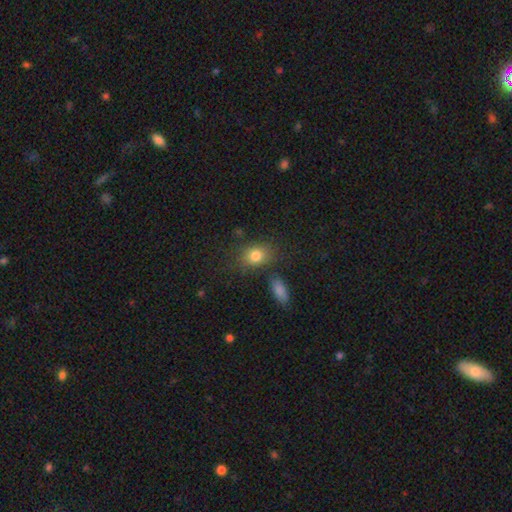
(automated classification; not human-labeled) Smooth or featured? Predicted: smooth (p=0.81). How rounded? Predicted: in between (p=0.57). Merging? Predicted: none (p=0.72).